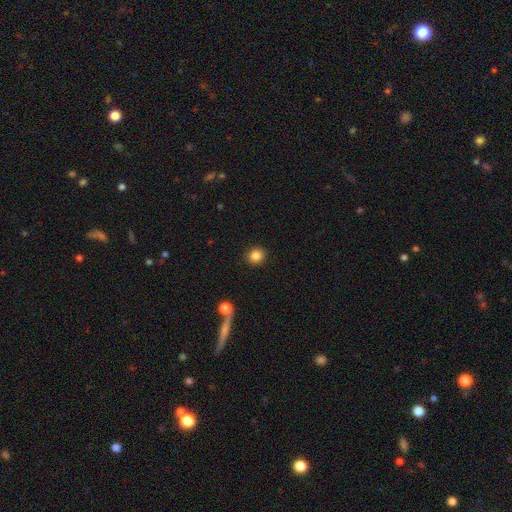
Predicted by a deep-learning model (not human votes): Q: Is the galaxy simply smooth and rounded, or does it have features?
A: smooth — 85%.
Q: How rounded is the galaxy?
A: round — 90%.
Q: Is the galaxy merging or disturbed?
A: none — 91%.